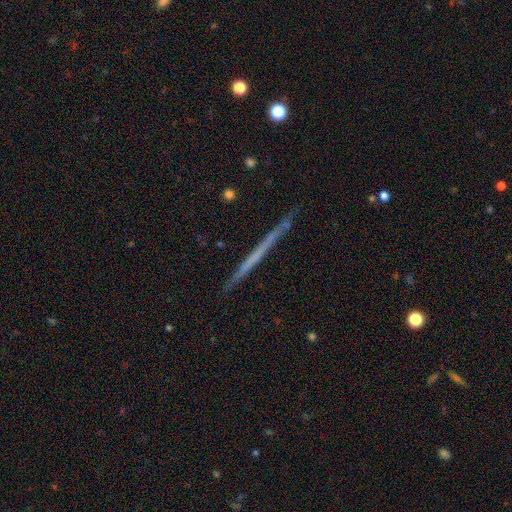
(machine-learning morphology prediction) Smooth or featured?
  - featured or disk: 57% *
  - smooth: 37%
  - star or artifact: 6%
Edge-on disk?
  - yes: 98% *
  - no: 2%
Edge-on bulge?
  - none: 94% *
  - rounded: 4%
  - boxy: 2%
Merging?
  - none: 91% *
  - minor disturbance: 6%
  - major disturbance: 1%
  - merger: 1%